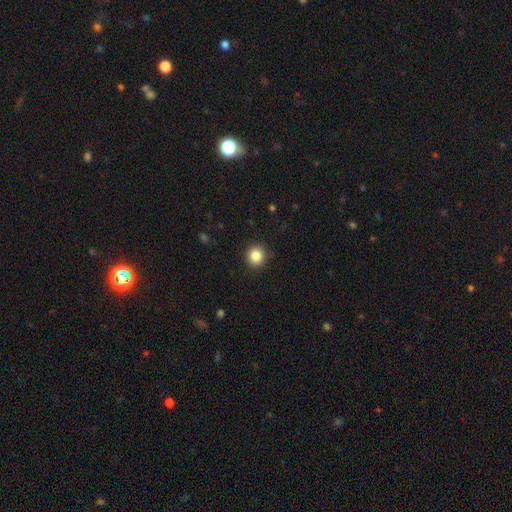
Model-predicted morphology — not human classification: Smooth or featured? Predicted: smooth (p=0.85). How rounded? Predicted: round (p=0.91). Merging? Predicted: none (p=0.91).